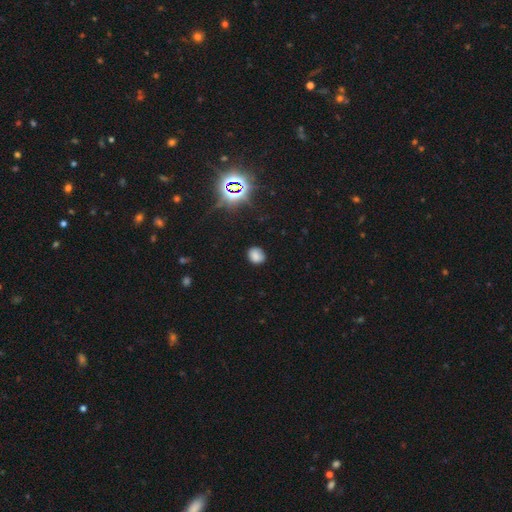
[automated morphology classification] Q: Smooth or featured?
A: smooth (76%); runner-up: star or artifact (16%)
Q: How rounded?
A: round (60%); runner-up: in between (39%)
Q: Merging?
A: none (80%); runner-up: minor disturbance (16%)